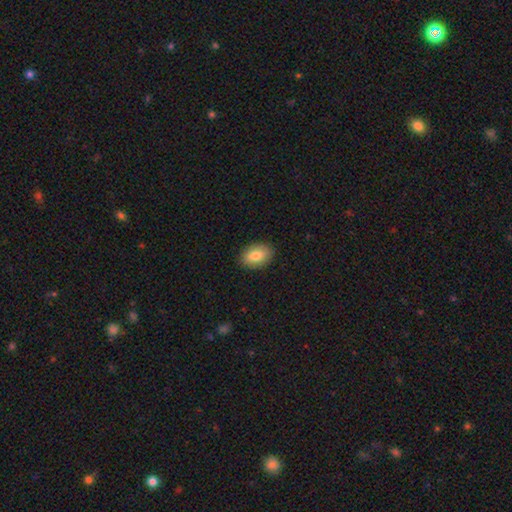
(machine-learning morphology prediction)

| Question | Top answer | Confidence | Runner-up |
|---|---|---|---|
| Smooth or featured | smooth | 84% | featured or disk (10%) |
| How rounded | in between | 89% | round (10%) |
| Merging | none | 89% | minor disturbance (8%) |